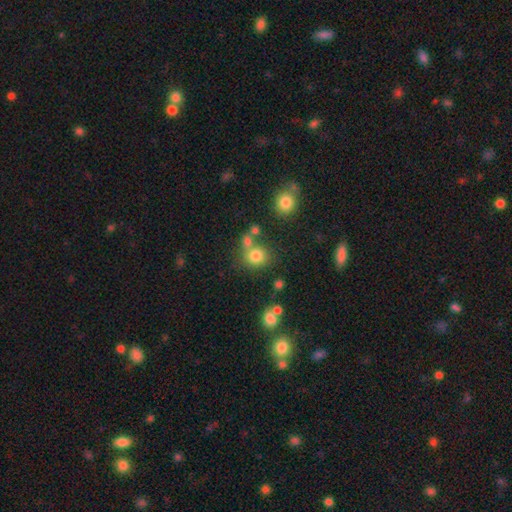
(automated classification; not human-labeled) smooth-or-featured: smooth: 77% | star or artifact: 14% | featured or disk: 8%
  how-rounded: round: 84% | in between: 15% | cigar-shaped: 1%
  merging: none: 62% | merger: 22% | minor disturbance: 11% | major disturbance: 5%